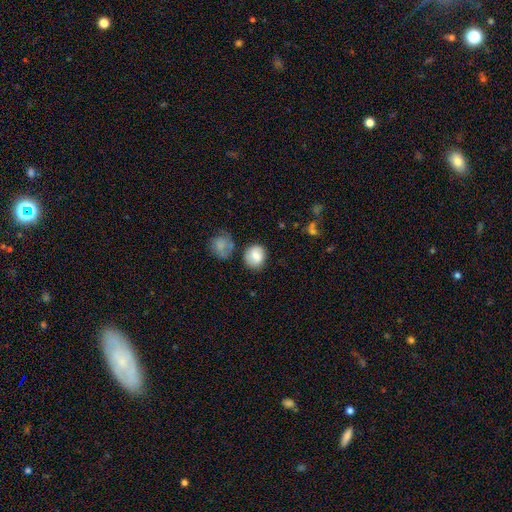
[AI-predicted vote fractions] smooth 79%, featured or disk 13%, star or artifact 8%. Down the decision tree: how rounded — round (71%); merging — none (70%).